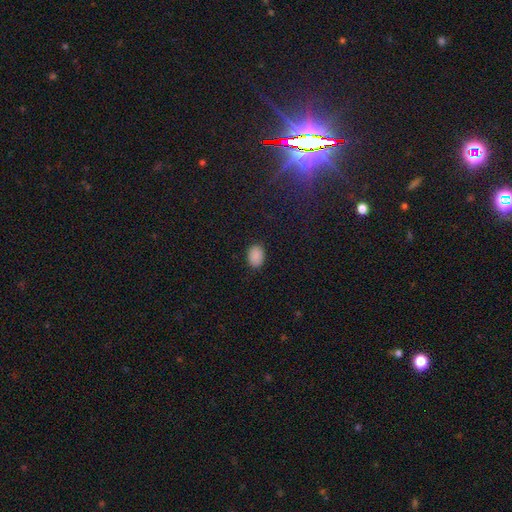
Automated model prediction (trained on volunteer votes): A smooth galaxy with no disk features (88%) that is in between round and cigar-shaped (77%).

Vote fractions:
- Smooth or featured? smooth: 88% / star or artifact: 9% / featured or disk: 3%
- How rounded? in between: 77% / round: 22% / cigar-shaped: 1%
- Merging? none: 87% / minor disturbance: 10% / major disturbance: 2% / merger: 1%